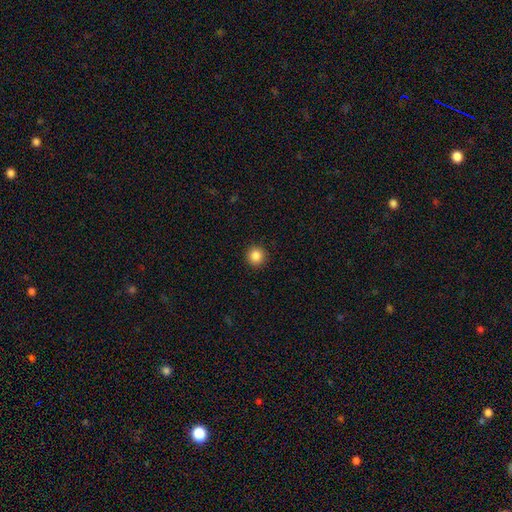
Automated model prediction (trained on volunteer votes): This appears to be a smooth galaxy with no disk features (87%) that is round (94%). Merging: none (92%).